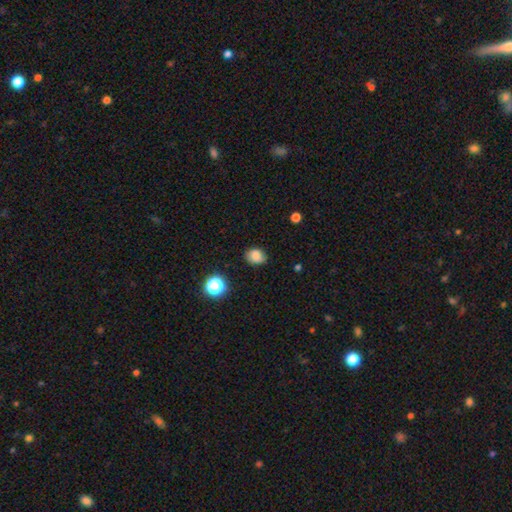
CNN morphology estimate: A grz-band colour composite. It shows a smooth galaxy with no disk features (81%) that is in between round and cigar-shaped (51%). Merging: none (77%).